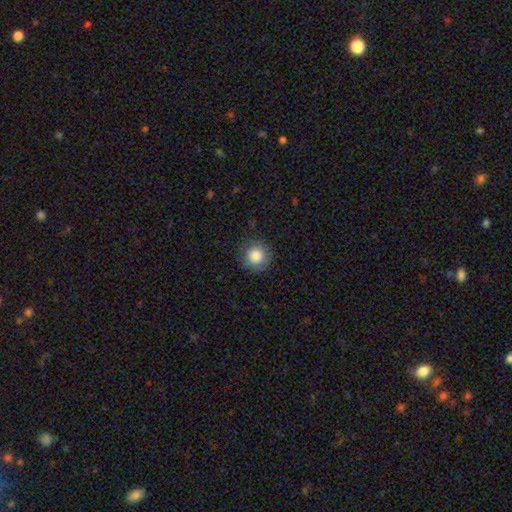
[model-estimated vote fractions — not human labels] Smooth or featured?
  - smooth: 85% *
  - star or artifact: 9%
  - featured or disk: 6%
How rounded?
  - round: 95% *
  - in between: 4%
  - cigar-shaped: 1%
Merging?
  - none: 86% *
  - minor disturbance: 10%
  - major disturbance: 3%
  - merger: 1%